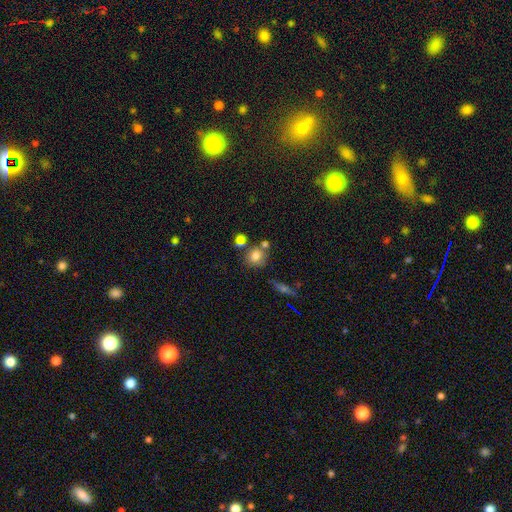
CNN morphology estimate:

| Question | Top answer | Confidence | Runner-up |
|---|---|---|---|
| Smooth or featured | smooth | 77% | star or artifact (12%) |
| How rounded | round | 81% | in between (18%) |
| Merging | none | 61% | merger (22%) |